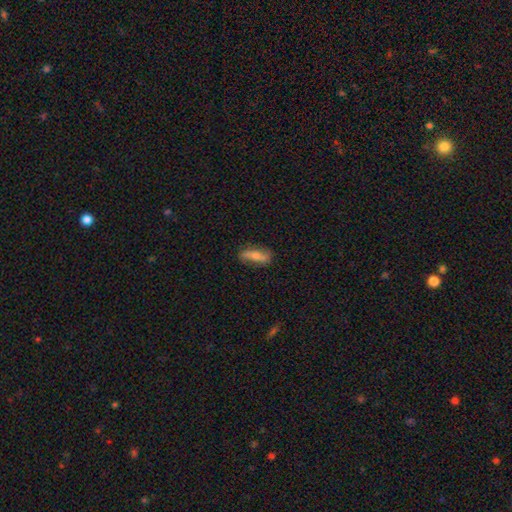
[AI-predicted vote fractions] Overall: featured or disk (46%, tied with smooth). Merging: none (78%).